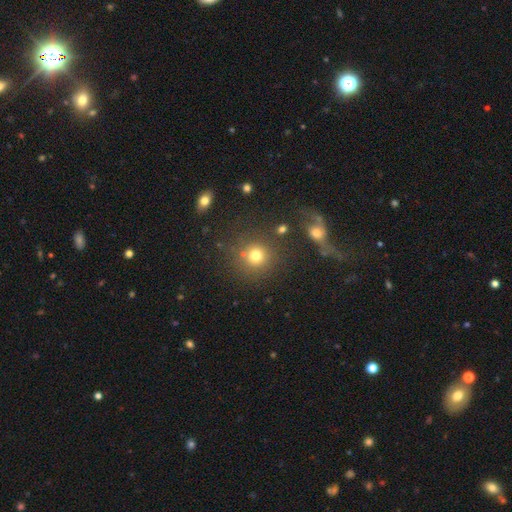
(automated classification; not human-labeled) smooth 76%, star or artifact 16%, featured or disk 8%. Down the decision tree: how rounded — round (92%); merging — none (77%).